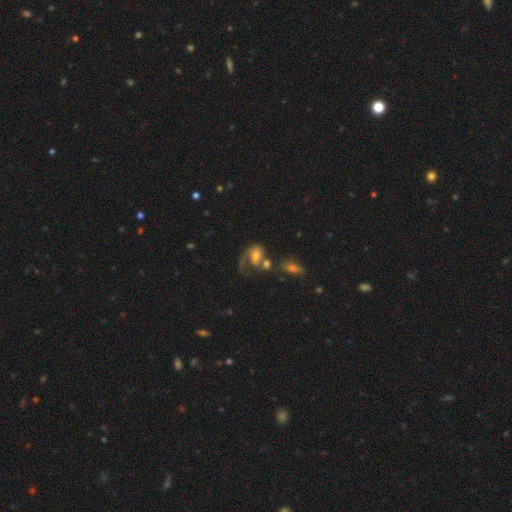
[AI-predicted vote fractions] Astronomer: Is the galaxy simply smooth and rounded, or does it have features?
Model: featured or disk — 60%.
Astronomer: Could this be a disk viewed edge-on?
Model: no — 96%.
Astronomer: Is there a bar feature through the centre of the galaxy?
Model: no — 48% (runner-up: weak, 39%).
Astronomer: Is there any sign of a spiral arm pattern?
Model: yes — 81%.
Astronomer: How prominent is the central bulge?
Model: moderate — 45% (runner-up: small, 26%).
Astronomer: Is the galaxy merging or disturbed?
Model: major disturbance — 34% (runner-up: merger, 29%).